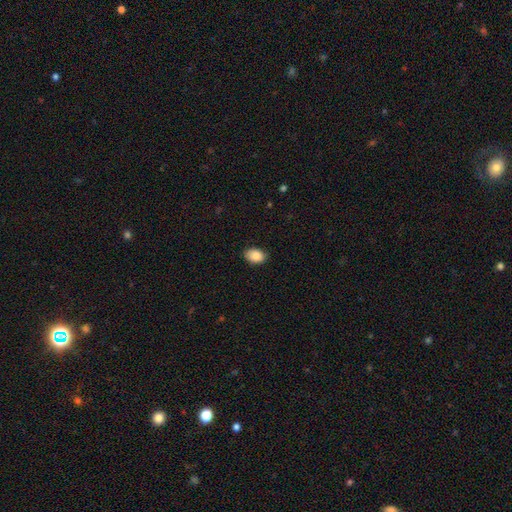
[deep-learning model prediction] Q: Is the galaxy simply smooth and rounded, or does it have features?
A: smooth — 88%.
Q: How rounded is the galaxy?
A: in between — 83%.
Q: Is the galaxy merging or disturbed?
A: none — 84%.